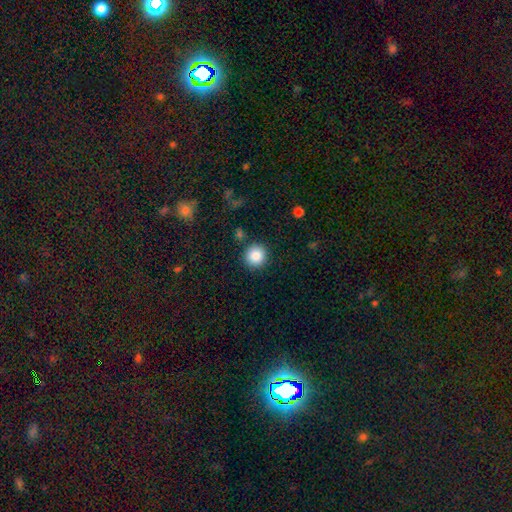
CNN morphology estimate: Q: Smooth or featured?
A: smooth (86%); runner-up: star or artifact (9%)
Q: How rounded?
A: round (94%); runner-up: in between (5%)
Q: Merging?
A: none (89%); runner-up: minor disturbance (7%)